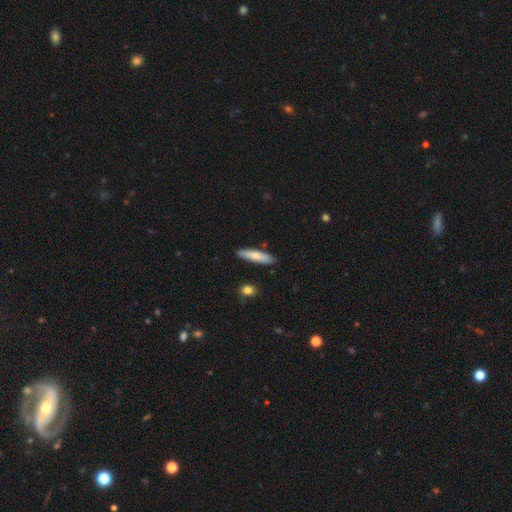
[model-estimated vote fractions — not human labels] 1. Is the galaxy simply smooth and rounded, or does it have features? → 76% smooth, 19% featured or disk, 6% star or artifact.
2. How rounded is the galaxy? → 76% cigar-shaped, 23% in between, 2% round.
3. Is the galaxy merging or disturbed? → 87% none, 9% minor disturbance, 2% merger, 2% major disturbance.